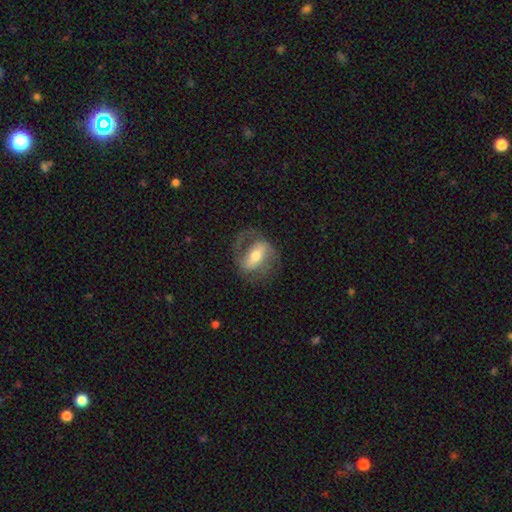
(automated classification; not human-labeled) Smooth or featured? Predicted: featured or disk (p=0.73). Edge-on disk? Predicted: no (p=0.94). Bar? Predicted: strong (p=0.49). Spiral arms? Predicted: yes (p=0.83). Spiral winding? Predicted: medium (p=0.48). Spiral arm count? Predicted: 2 (p=0.76). Bulge size? Predicted: moderate (p=0.66). Merging? Predicted: none (p=0.63).